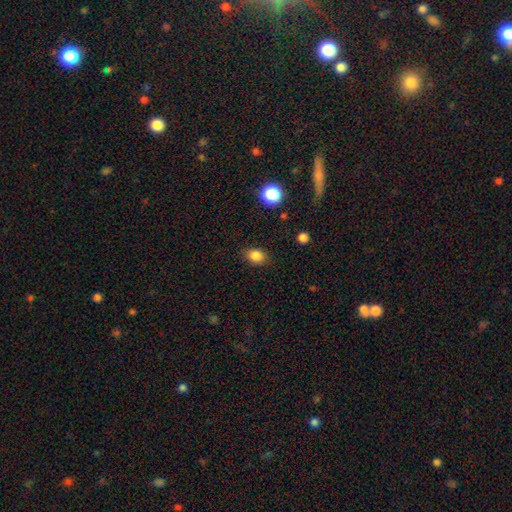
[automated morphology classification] Smooth or featured?
  - smooth: 85% *
  - star or artifact: 11%
  - featured or disk: 4%
How rounded?
  - in between: 54% *
  - round: 45%
  - cigar-shaped: 1%
Merging?
  - none: 85% *
  - minor disturbance: 11%
  - major disturbance: 3%
  - merger: 1%